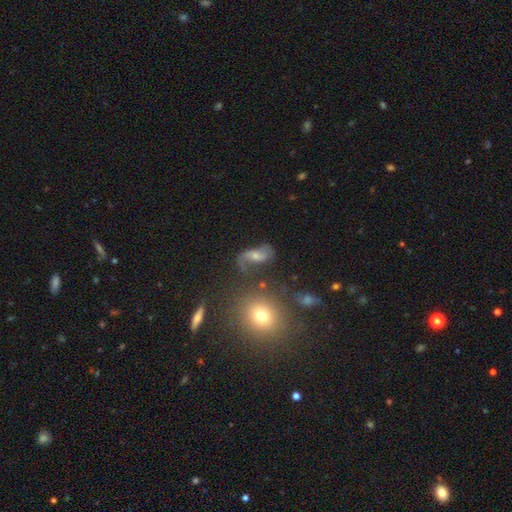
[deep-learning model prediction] Q: Smooth or featured?
A: featured or disk (65%); runner-up: smooth (23%)
Q: Edge-on disk?
A: no (95%); runner-up: yes (5%)
Q: Bar?
A: no (46%); runner-up: weak (40%)
Q: Spiral arms?
A: yes (89%); runner-up: no (11%)
Q: Spiral winding?
A: loose (72%); runner-up: medium (22%)
Q: Spiral arm count?
A: 2 (85%); runner-up: 1 (8%)
Q: Bulge size?
A: moderate (45%); runner-up: small (39%)
Q: Merging?
A: none (56%); runner-up: minor disturbance (20%)